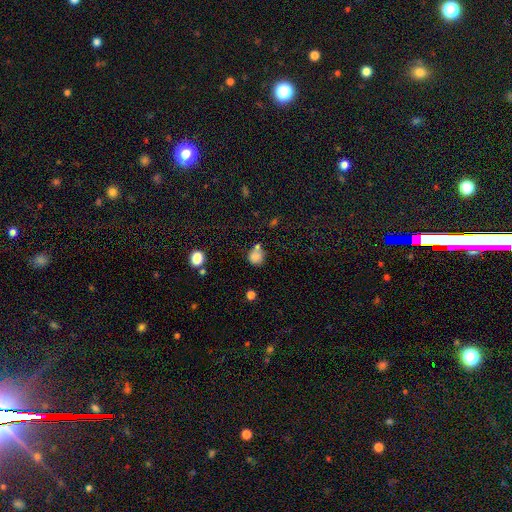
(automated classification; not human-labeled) A smooth galaxy with no disk features (80%) that is round (83%).

Vote fractions:
- Smooth or featured? smooth: 80% / star or artifact: 12% / featured or disk: 8%
- How rounded? round: 83% / in between: 16% / cigar-shaped: 1%
- Merging? none: 52% / merger: 24% / minor disturbance: 17% / major disturbance: 6%